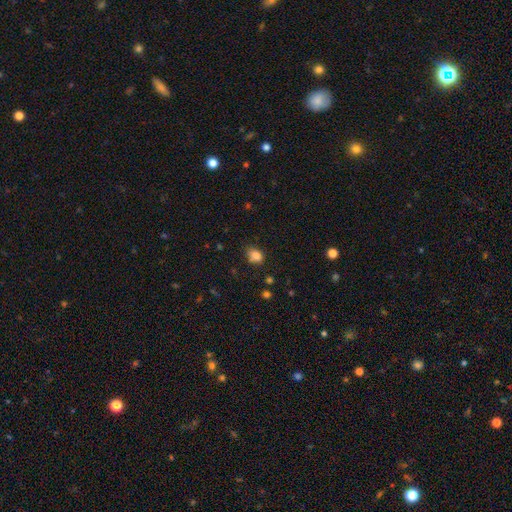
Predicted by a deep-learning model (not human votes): smooth-or-featured: smooth: 83% | star or artifact: 12% | featured or disk: 5%
  how-rounded: in between: 59% | round: 40% | cigar-shaped: 1%
  merging: none: 68% | minor disturbance: 23% | major disturbance: 5% | merger: 4%